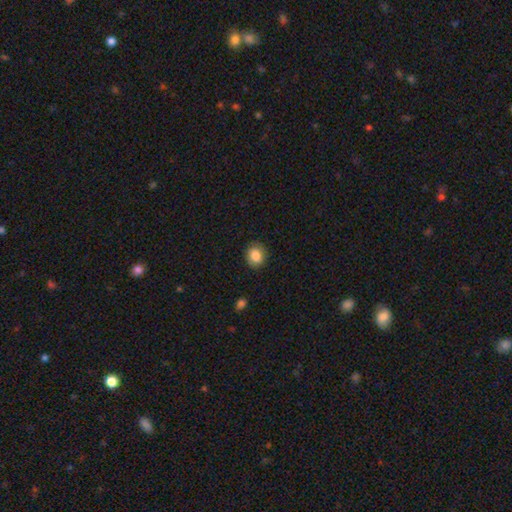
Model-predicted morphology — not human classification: Smooth or featured: smooth — 84% (star or artifact — 8%)
How rounded: round — 56% (in between — 43%)
Merging: none — 85% (minor disturbance — 11%)